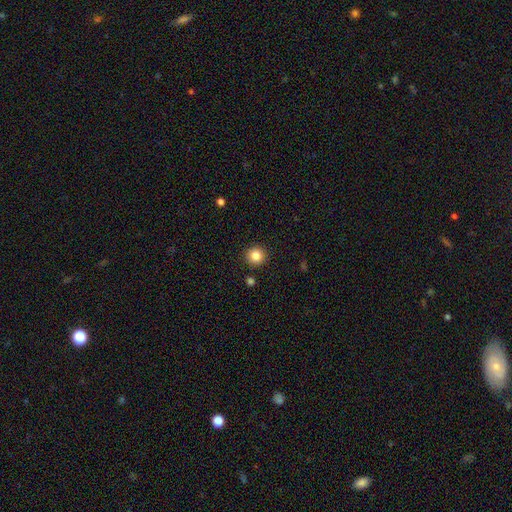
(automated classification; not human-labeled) This appears to be a smooth galaxy with no disk features (85%) that is round (95%). Merging: none (91%).